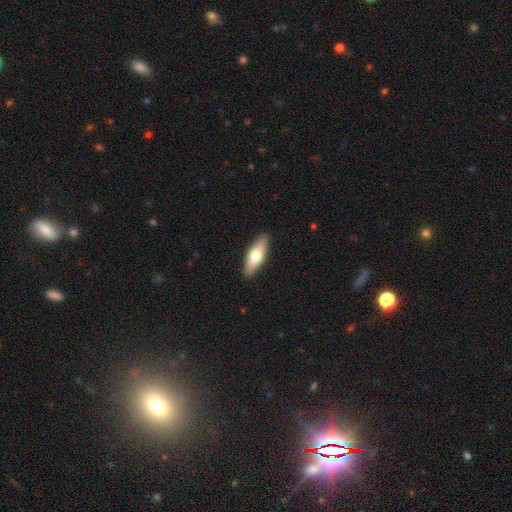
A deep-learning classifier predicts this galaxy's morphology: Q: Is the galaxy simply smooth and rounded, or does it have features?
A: smooth — 63%.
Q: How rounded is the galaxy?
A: in between — 57%.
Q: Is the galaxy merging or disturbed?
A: none — 89%.